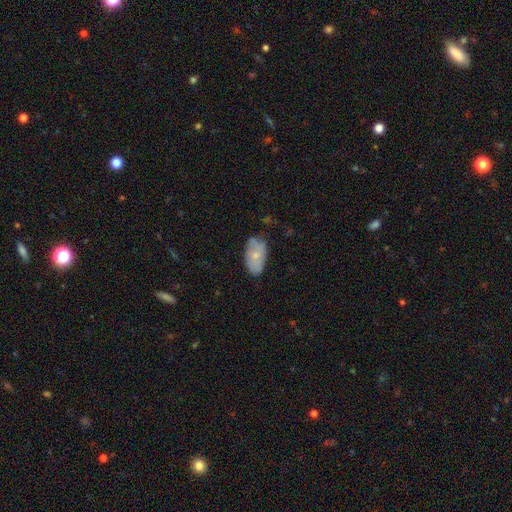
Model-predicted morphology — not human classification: Smooth or featured? smooth (63%)
How rounded? in between (93%)
Merging? none (64%)